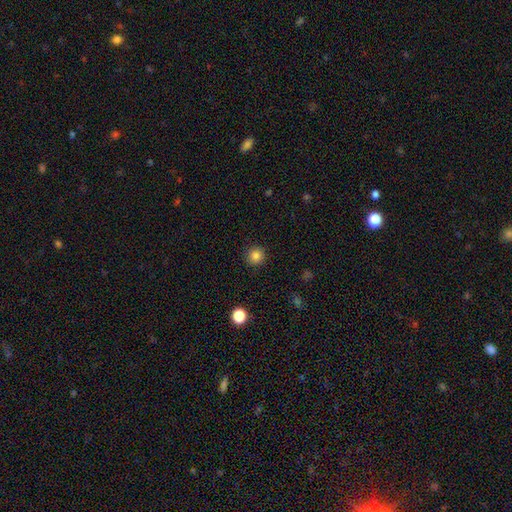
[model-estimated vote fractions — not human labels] smooth-or-featured: smooth: 84% | star or artifact: 12% | featured or disk: 5%
  how-rounded: round: 94% | in between: 5% | cigar-shaped: 1%
  merging: none: 92% | minor disturbance: 6% | major disturbance: 2% | merger: 1%